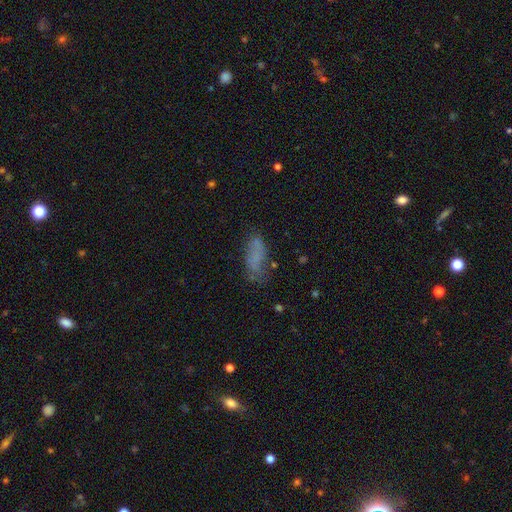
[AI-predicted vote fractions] Smooth or featured? Predicted: smooth (p=0.62). How rounded? Predicted: in between (p=0.72). Merging? Predicted: none (p=0.53).